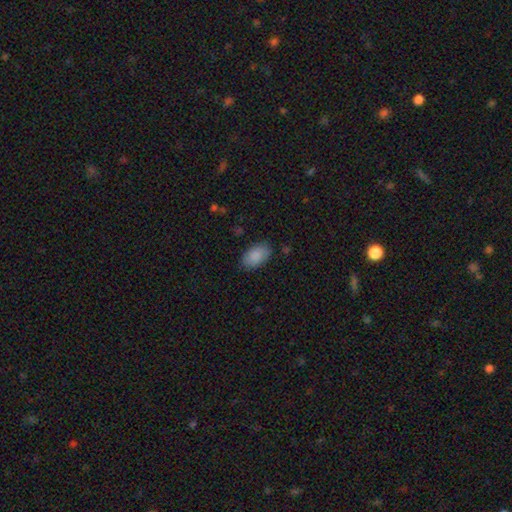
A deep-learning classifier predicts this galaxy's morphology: The model was most divided on "merging": none: 82%, minor disturbance: 14%, major disturbance: 3%, merger: 1%. More confident: how rounded — in between (93%); smooth or featured — smooth (89%).